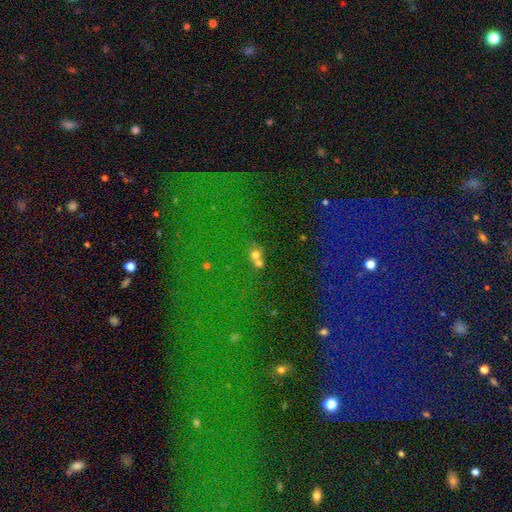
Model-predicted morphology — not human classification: type=smooth (62%); roundness=round (73%); merging=merger (51%).